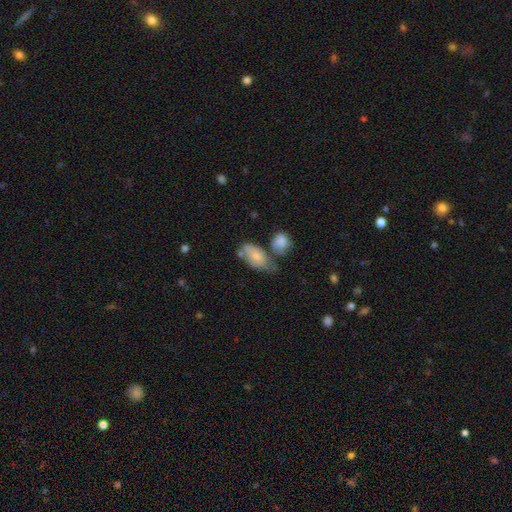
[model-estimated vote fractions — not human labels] smooth-or-featured: smooth: 74% | featured or disk: 19% | star or artifact: 7%
  how-rounded: in between: 91% | round: 6% | cigar-shaped: 4%
  merging: none: 37% | minor disturbance: 27% | merger: 25% | major disturbance: 11%